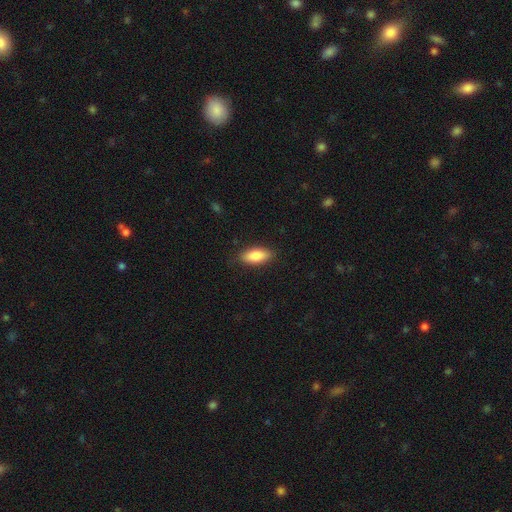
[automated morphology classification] Smooth or featured? smooth (85%)
How rounded? in between (82%)
Merging? none (87%)